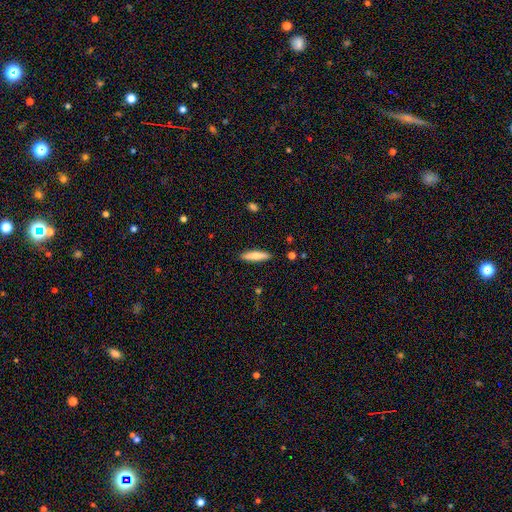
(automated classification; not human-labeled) A smooth galaxy with no disk features (78%) that is cigar-shaped (77%).

Vote fractions:
- Smooth or featured? smooth: 78% / featured or disk: 16% / star or artifact: 6%
- How rounded? cigar-shaped: 77% / in between: 22% / round: 1%
- Merging? none: 89% / minor disturbance: 8% / major disturbance: 2% / merger: 1%